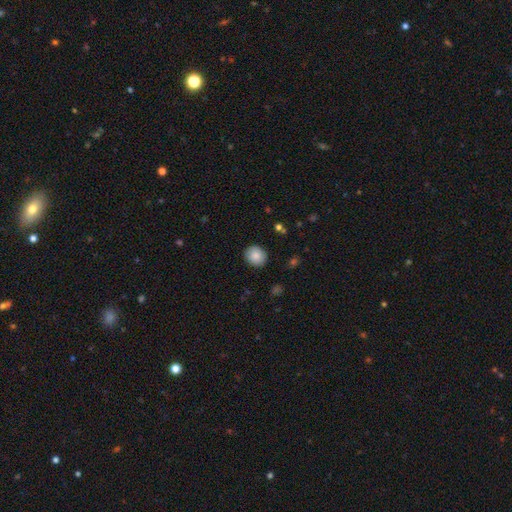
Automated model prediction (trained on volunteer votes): This is clearly a smooth galaxy (86%). How rounded: clearly round (83%). Merging: clearly none (90%).